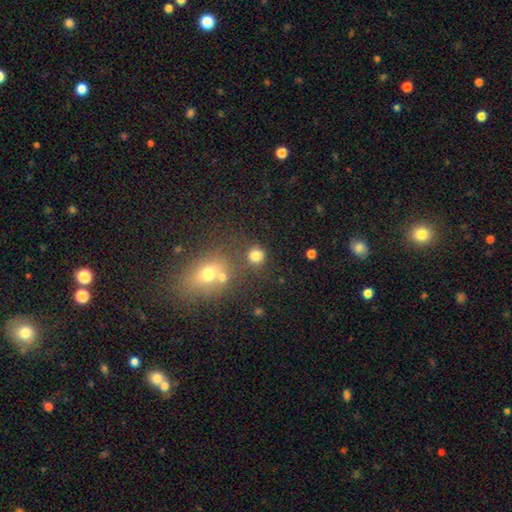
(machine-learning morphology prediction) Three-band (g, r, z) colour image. It shows a smooth galaxy with no disk features (79%) that is round (83%). Merging: none (68%).